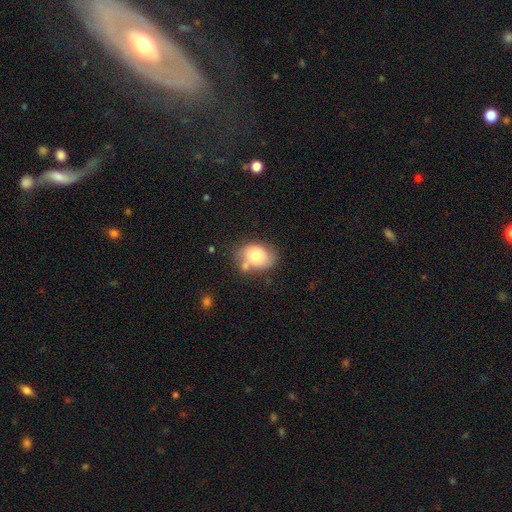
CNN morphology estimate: Smooth or featured? smooth (71%)
How rounded? in between (68%)
Merging? none (55%)